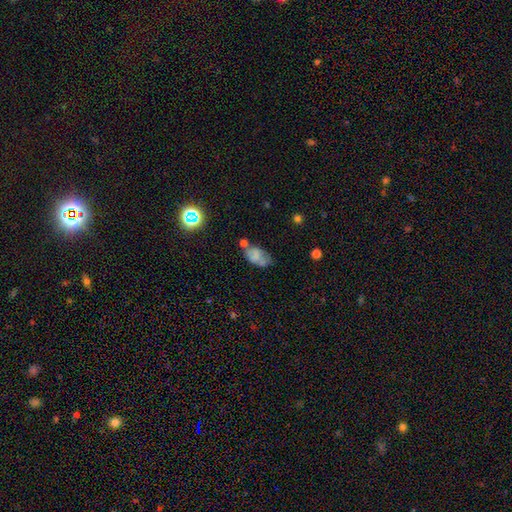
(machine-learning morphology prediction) Q: Smooth or featured?
A: smooth (62%); runner-up: featured or disk (24%)
Q: How rounded?
A: in between (90%); runner-up: round (7%)
Q: Merging?
A: none (44%); runner-up: minor disturbance (27%)